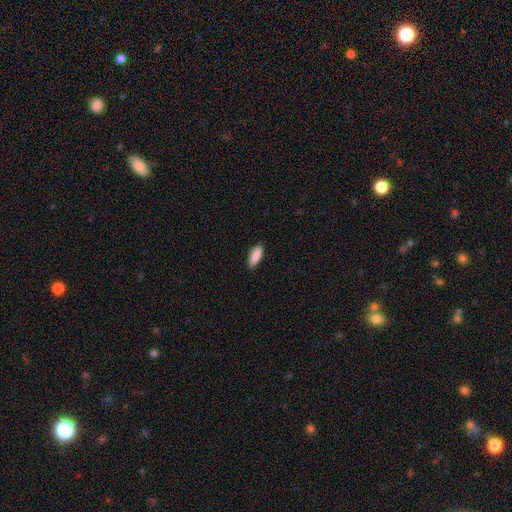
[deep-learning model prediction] Smooth or featured? smooth (89%)
How rounded? in between (66%)
Merging? none (88%)